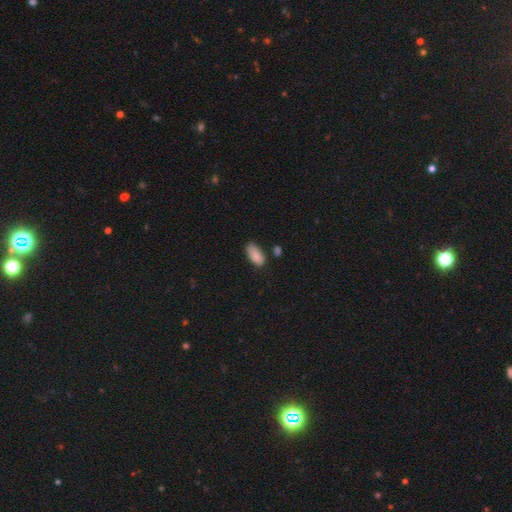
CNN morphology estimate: Smooth or featured: smooth — 85% (featured or disk — 8%)
How rounded: in between — 94% (cigar-shaped — 4%)
Merging: none — 70% (minor disturbance — 22%)